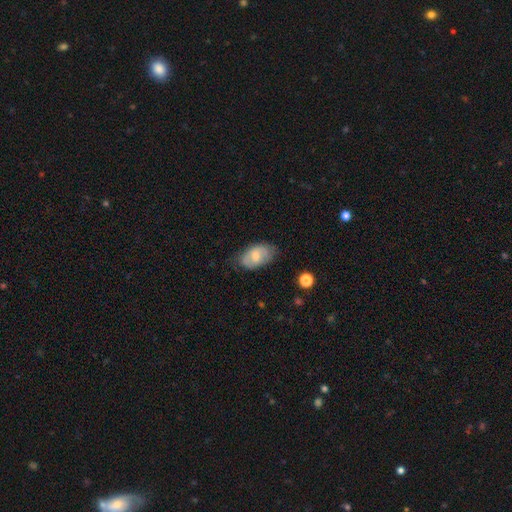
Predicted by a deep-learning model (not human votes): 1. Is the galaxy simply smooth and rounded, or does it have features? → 66% smooth, 27% featured or disk, 7% star or artifact.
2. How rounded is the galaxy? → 92% in between, 6% round, 2% cigar-shaped.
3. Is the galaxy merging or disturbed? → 66% none, 26% minor disturbance, 7% major disturbance, 2% merger.